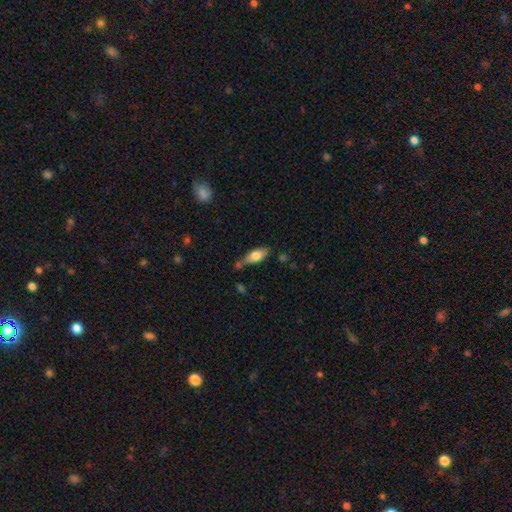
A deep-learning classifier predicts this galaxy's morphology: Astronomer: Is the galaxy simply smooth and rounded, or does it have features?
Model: smooth — 71%.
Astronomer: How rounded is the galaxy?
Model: in between — 75%.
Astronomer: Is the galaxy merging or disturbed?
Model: none — 61%.